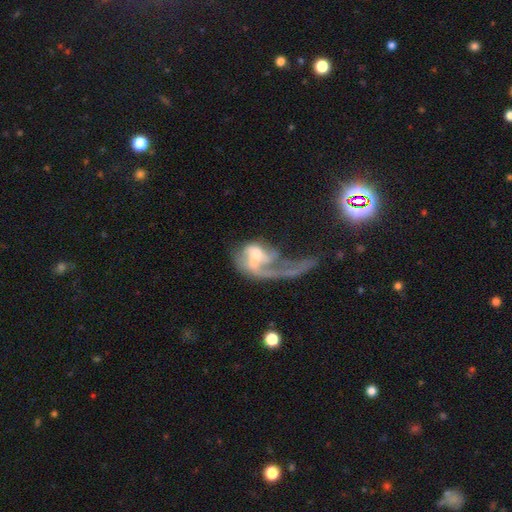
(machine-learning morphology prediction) smooth_or_featured: featured or disk (p=0.70) [alt: smooth p=0.22]
disk_edge_on: no (p=0.96) [alt: yes p=0.04]
bar: no (p=0.48) [alt: weak p=0.36]
has_spiral_arms: yes (p=0.71) [alt: no p=0.29]
bulge_size: moderate (p=0.36) [alt: small p=0.28]
merging: major disturbance (p=0.61) [alt: merger p=0.15]